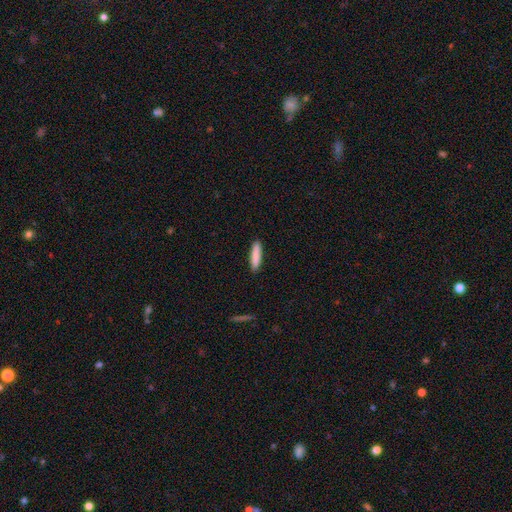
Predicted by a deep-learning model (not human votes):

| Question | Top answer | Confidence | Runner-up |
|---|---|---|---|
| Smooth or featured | smooth | 87% | featured or disk (7%) |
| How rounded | cigar-shaped | 81% | in between (18%) |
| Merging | none | 90% | minor disturbance (7%) |